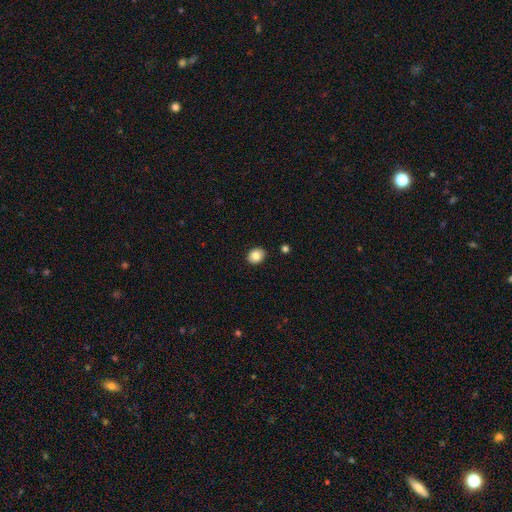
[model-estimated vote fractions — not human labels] Smooth or featured? smooth (82%)
How rounded? round (52%)
Merging? none (90%)